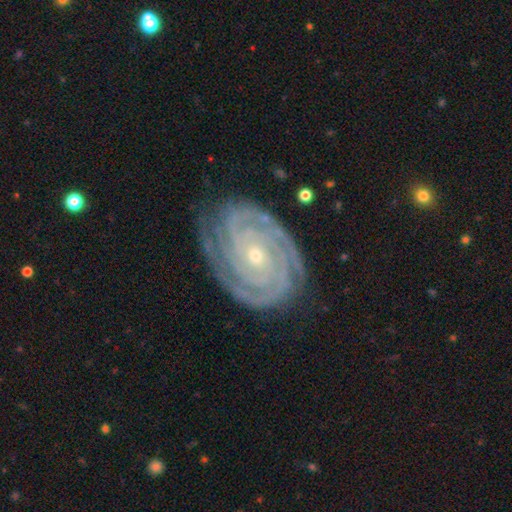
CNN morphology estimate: smooth-or-featured: featured or disk: 92% | star or artifact: 5% | smooth: 3%
  disk-edge-on: no: 97% | yes: 3%
    bar: no: 74% | weak: 16% | strong: 10%
    has-spiral-arms: yes: 99% | no: 1%
      spiral-winding: tight: 88% | medium: 11% | loose: 1%
      spiral-arm-count: 2: 29% | 3: 26% | 4: 16% | can't tell: 13% | more than 4: 9% | 1: 7%
    bulge-size: small: 70% | moderate: 28% | large: 1% | none: 1% | dominant: 1%
  merging: none: 79% | minor disturbance: 15% | major disturbance: 4% | merger: 1%